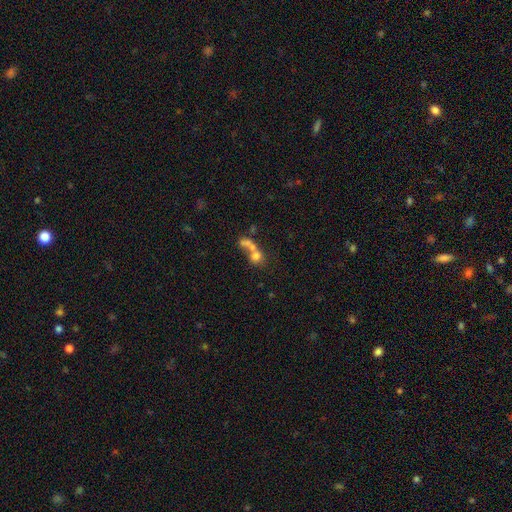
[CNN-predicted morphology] Q: Smooth or featured?
A: smooth (63%); runner-up: featured or disk (23%)
Q: How rounded?
A: round (71%); runner-up: in between (27%)
Q: Merging?
A: merger (60%); runner-up: none (26%)